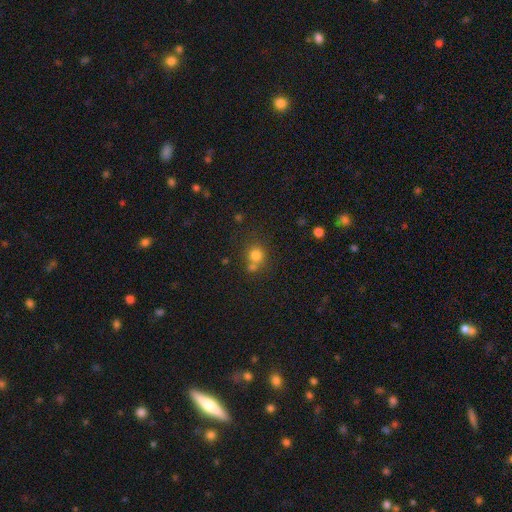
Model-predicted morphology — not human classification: Smooth or featured? smooth (79%)
How rounded? round (86%)
Merging? none (56%)